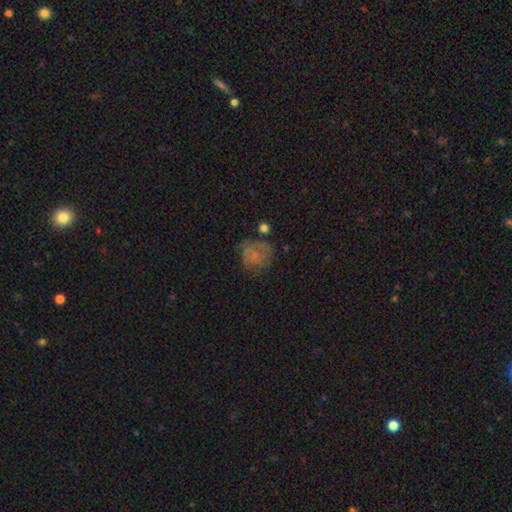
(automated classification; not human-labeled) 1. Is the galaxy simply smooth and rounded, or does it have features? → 52% smooth, 32% featured or disk, 16% star or artifact.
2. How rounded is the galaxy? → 78% round, 21% in between, 1% cigar-shaped.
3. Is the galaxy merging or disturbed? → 56% none, 24% minor disturbance, 15% major disturbance, 5% merger.